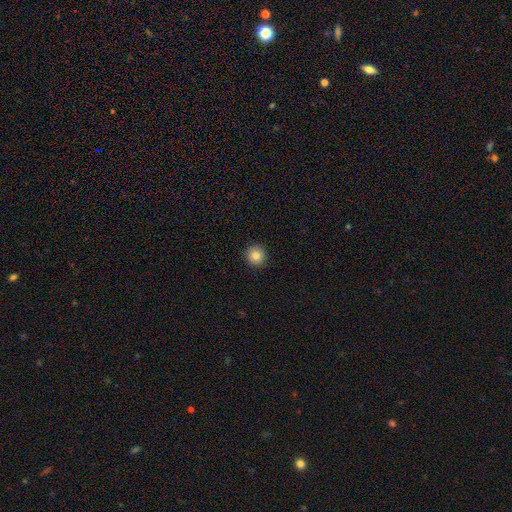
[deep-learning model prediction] Overall: smooth (86%). How rounded: round (95%). Merging: none (93%).